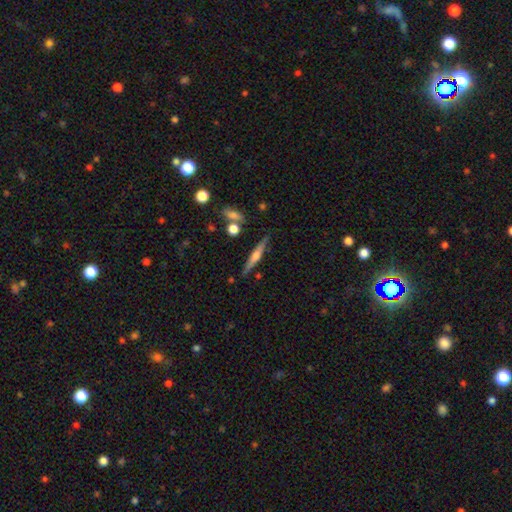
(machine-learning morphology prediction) featured or disk 63%, smooth 30%, star or artifact 7%. Down the decision tree: edge-on disk — yes (97%); edge-on bulge — rounded (78%); merging — none (85%).